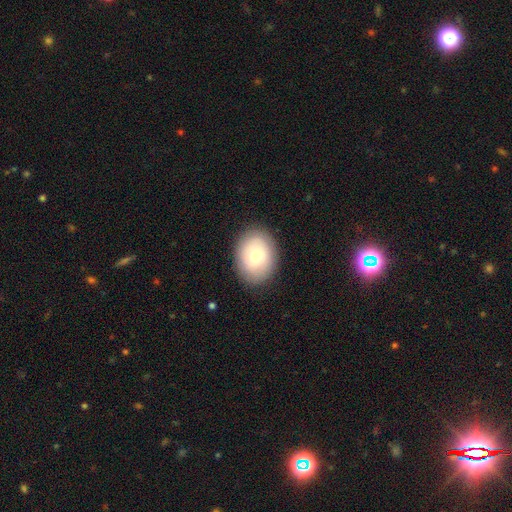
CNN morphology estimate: This is likely a smooth galaxy (73%). How rounded: likely in between (64%). Merging: clearly none (87%).